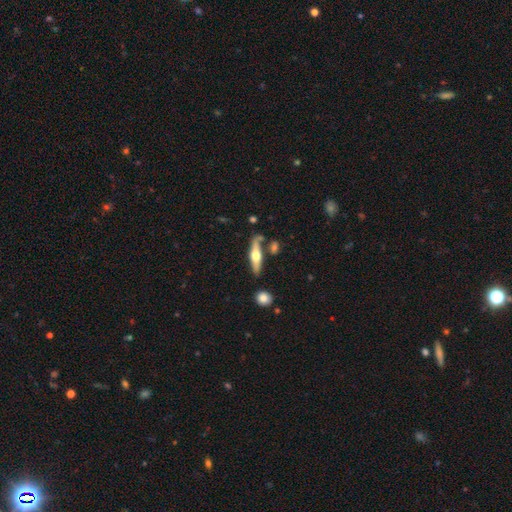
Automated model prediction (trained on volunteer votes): Smooth or featured? Predicted: featured or disk (p=0.56). Edge-on disk? Predicted: yes (p=0.91). Edge-on bulge? Predicted: rounded (p=0.94). Merging? Predicted: none (p=0.72).